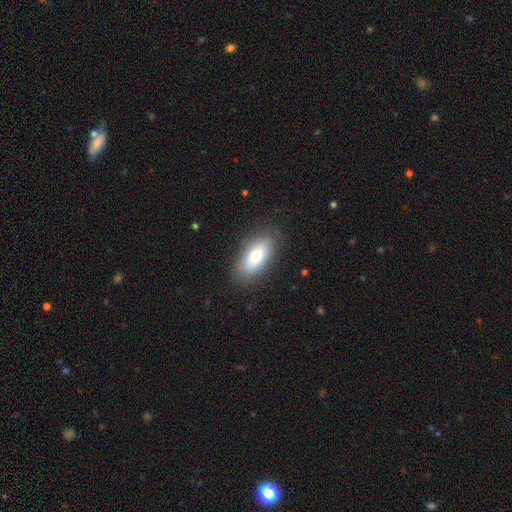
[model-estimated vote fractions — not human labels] Smooth or featured? smooth (75%)
How rounded? in between (88%)
Merging? none (83%)